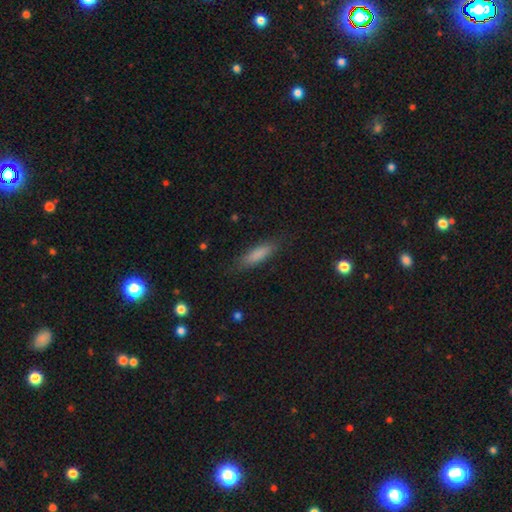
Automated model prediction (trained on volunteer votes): Smooth or featured: smooth — 78% (featured or disk — 13%)
How rounded: cigar-shaped — 69% (in between — 29%)
Merging: none — 84% (minor disturbance — 12%)